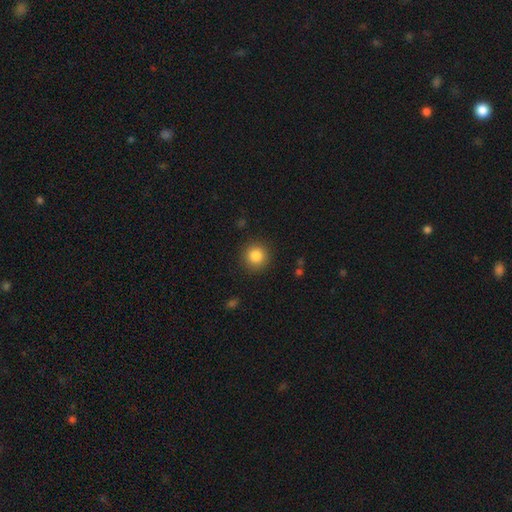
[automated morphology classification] smooth-or-featured: smooth: 85% | star or artifact: 10% | featured or disk: 5%
  how-rounded: round: 94% | in between: 5% | cigar-shaped: 1%
  merging: none: 90% | minor disturbance: 7% | major disturbance: 2% | merger: 1%